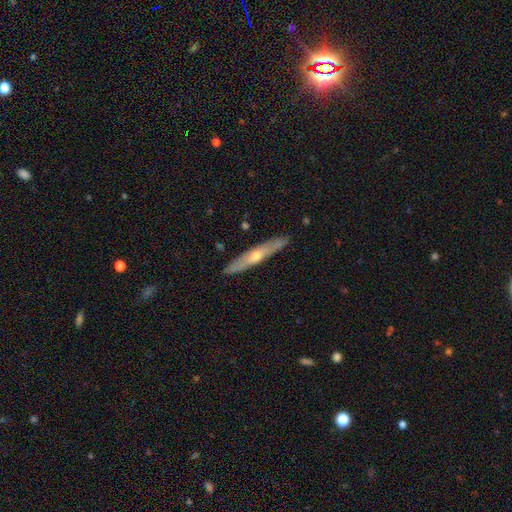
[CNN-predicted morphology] Smooth or featured?
  - featured or disk: 62% *
  - smooth: 32%
  - star or artifact: 6%
Edge-on disk?
  - yes: 86% *
  - no: 14%
Edge-on bulge?
  - rounded: 80% *
  - none: 18%
  - boxy: 2%
Merging?
  - none: 89% *
  - minor disturbance: 8%
  - major disturbance: 1%
  - merger: 1%